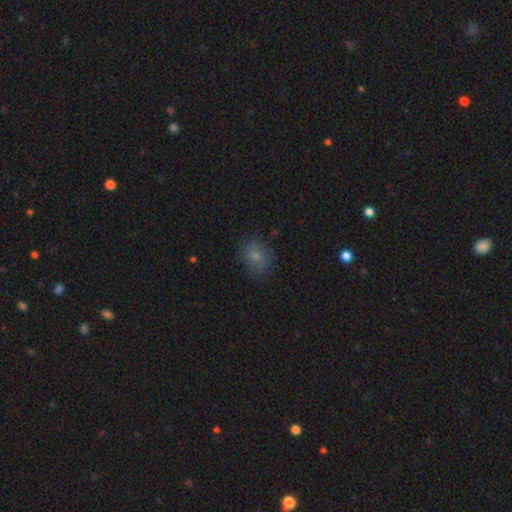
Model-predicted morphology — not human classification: A smooth galaxy with no disk features (76%) that is in between round and cigar-shaped (55%). Merging: none (77%).